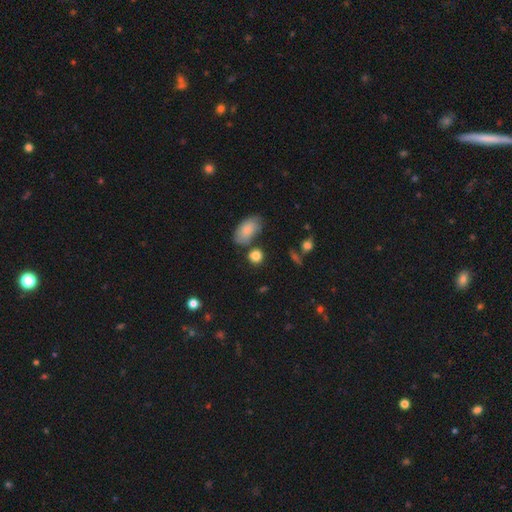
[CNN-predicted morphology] This is clearly a smooth galaxy (83%). How rounded: likely round (76%). Merging: likely none (71%).